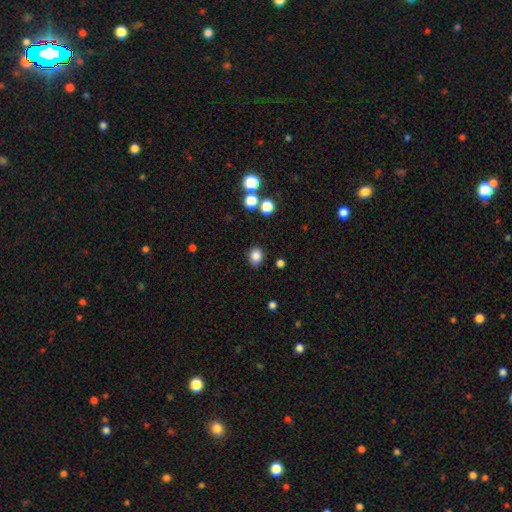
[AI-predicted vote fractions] Smooth or featured? Predicted: smooth (p=0.84). How rounded? Predicted: round (p=0.50). Merging? Predicted: none (p=0.84).